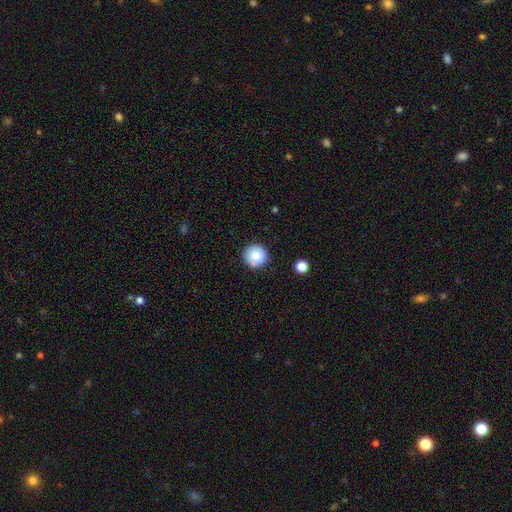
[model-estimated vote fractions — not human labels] smooth 84%, star or artifact 8%, featured or disk 7%. Down the decision tree: how rounded — round (96%); merging — none (89%).